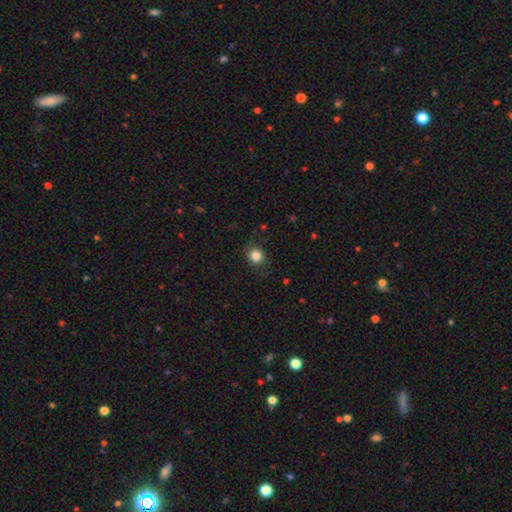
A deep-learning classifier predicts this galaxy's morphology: A smooth galaxy with no disk features (84%) that is round (84%).

Vote fractions:
- Smooth or featured? smooth: 84% / star or artifact: 11% / featured or disk: 5%
- How rounded? round: 84% / in between: 15% / cigar-shaped: 1%
- Merging? none: 83% / minor disturbance: 12% / major disturbance: 4% / merger: 1%